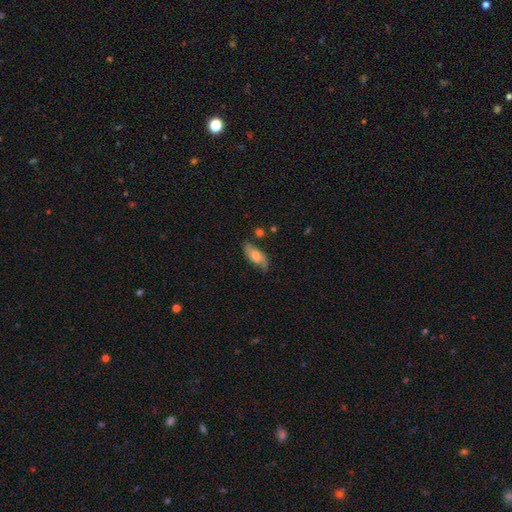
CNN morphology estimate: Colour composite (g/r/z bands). It shows a featured or disk galaxy (48%). Merging: none (69%).